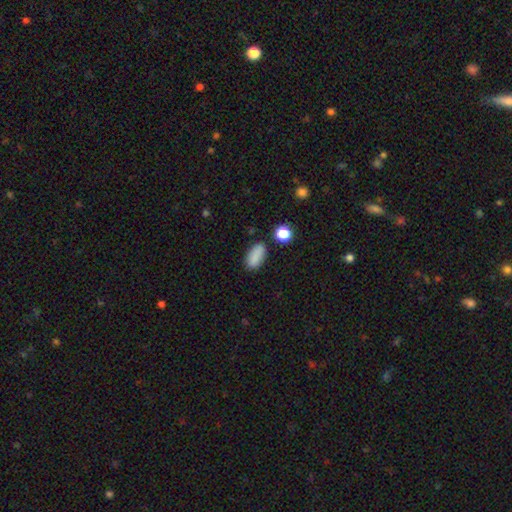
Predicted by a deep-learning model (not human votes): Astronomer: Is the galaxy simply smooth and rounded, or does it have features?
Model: smooth — 86%.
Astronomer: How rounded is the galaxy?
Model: in between — 87%.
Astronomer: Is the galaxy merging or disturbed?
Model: none — 80%.